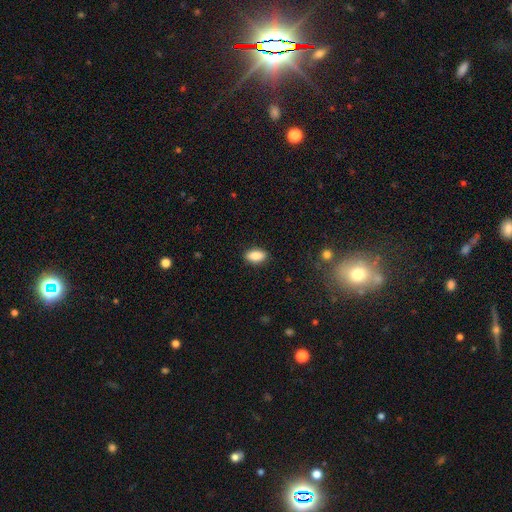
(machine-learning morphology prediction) Smooth or featured?
  - smooth: 88% *
  - star or artifact: 7%
  - featured or disk: 5%
How rounded?
  - in between: 91% *
  - round: 5%
  - cigar-shaped: 4%
Merging?
  - none: 88% *
  - minor disturbance: 9%
  - major disturbance: 2%
  - merger: 1%